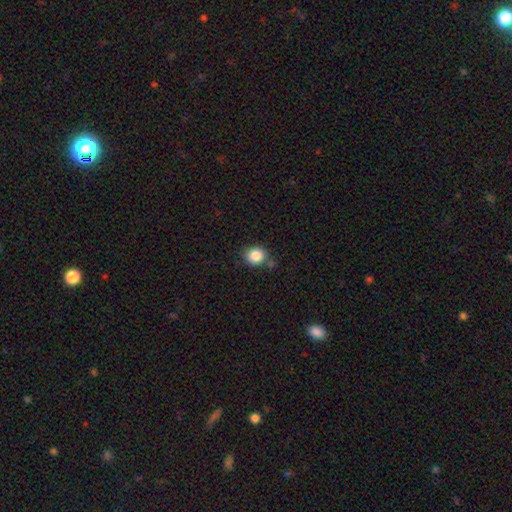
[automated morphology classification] Smooth or featured?
  - smooth: 86% *
  - star or artifact: 10%
  - featured or disk: 4%
How rounded?
  - round: 77% *
  - in between: 22%
  - cigar-shaped: 1%
Merging?
  - none: 72% *
  - minor disturbance: 15%
  - merger: 8%
  - major disturbance: 4%